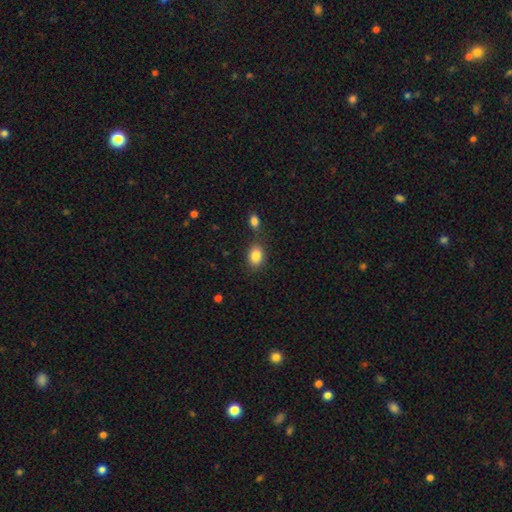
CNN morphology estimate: Smooth or featured? smooth (85%)
How rounded? in between (70%)
Merging? none (75%)